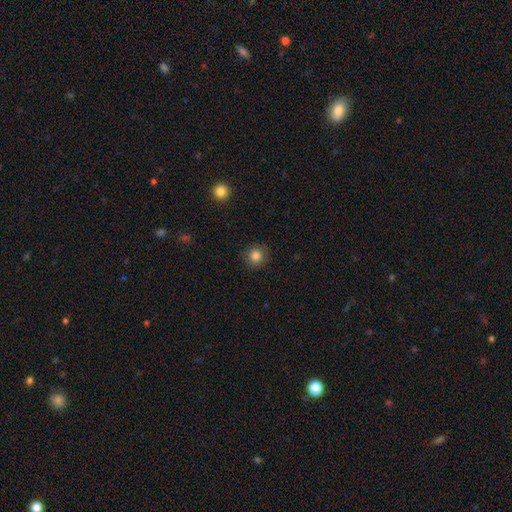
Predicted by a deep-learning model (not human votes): Overall: smooth (83%). How rounded: round (92%). Merging: none (89%).